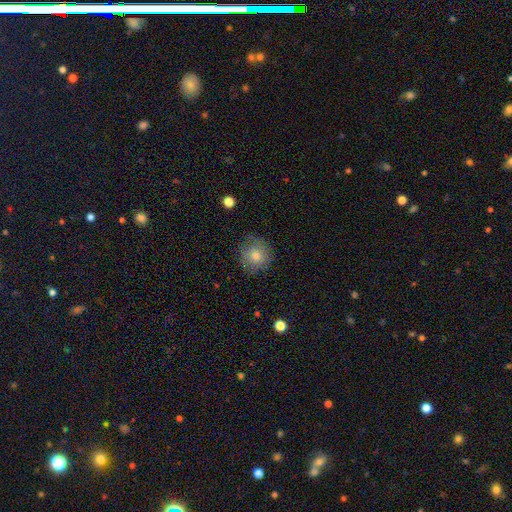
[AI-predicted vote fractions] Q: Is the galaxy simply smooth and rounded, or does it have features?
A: smooth — 74%.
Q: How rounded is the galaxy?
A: round — 92%.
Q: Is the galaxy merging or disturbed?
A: none — 80%.